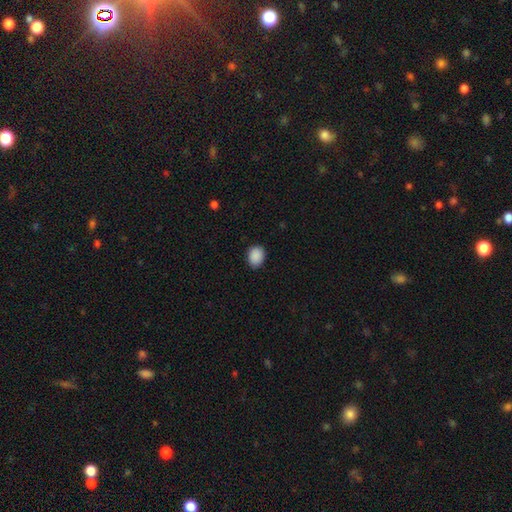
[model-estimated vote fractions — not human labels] Smooth or featured? Predicted: smooth (p=0.90). How rounded? Predicted: in between (p=0.60). Merging? Predicted: none (p=0.84).